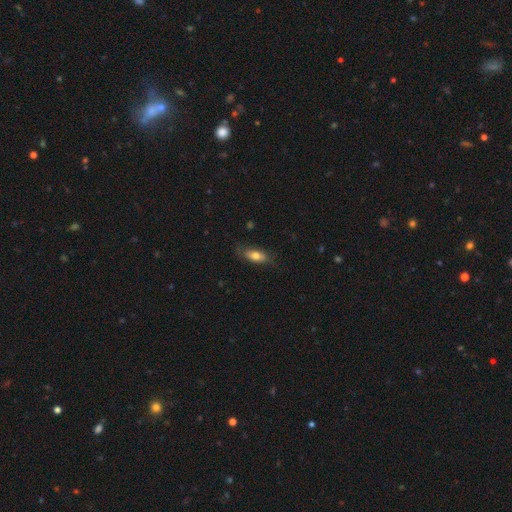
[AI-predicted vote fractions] This appears to be a smooth galaxy with no disk features (71%) that is in between round and cigar-shaped (80%). Merging: none (70%).